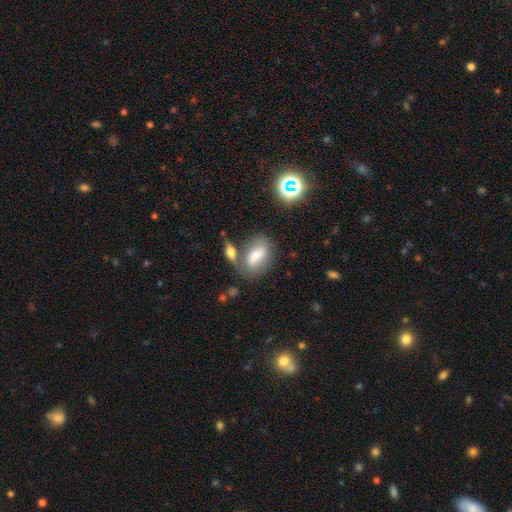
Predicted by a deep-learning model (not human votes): Smooth or featured? smooth (72%)
How rounded? in between (85%)
Merging? none (56%)